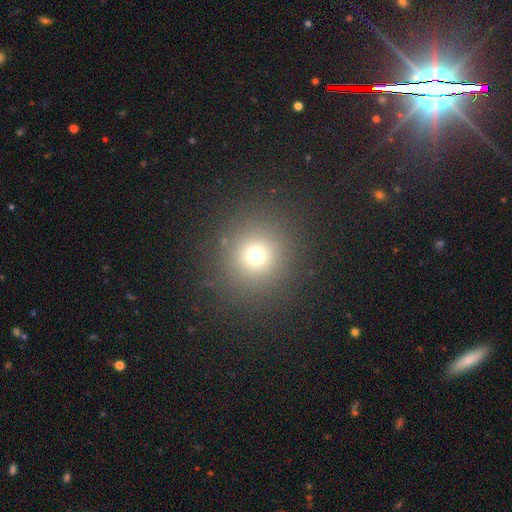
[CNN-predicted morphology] This is likely a smooth galaxy (69%). How rounded: clearly round (94%). Merging: clearly none (87%).